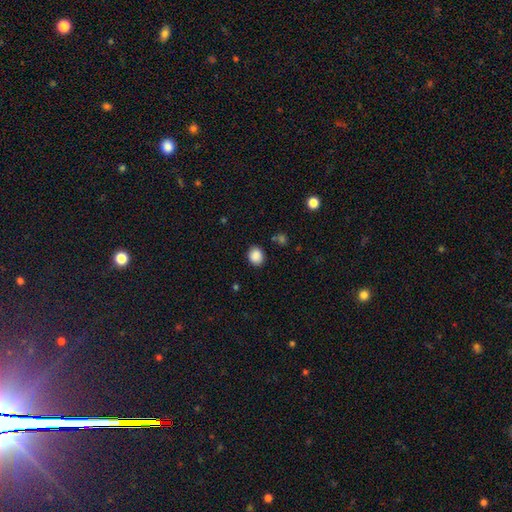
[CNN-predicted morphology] Smooth or featured? smooth (88%)
How rounded? round (68%)
Merging? none (86%)